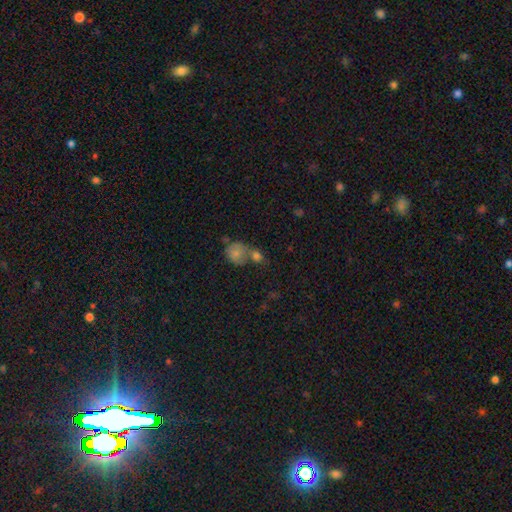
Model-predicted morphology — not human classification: smooth-or-featured: smooth: 68% | star or artifact: 17% | featured or disk: 15%
  how-rounded: round: 71% | in between: 27% | cigar-shaped: 2%
  merging: merger: 42% (tied) | none: 42% (tied) | minor disturbance: 11% | major disturbance: 5%